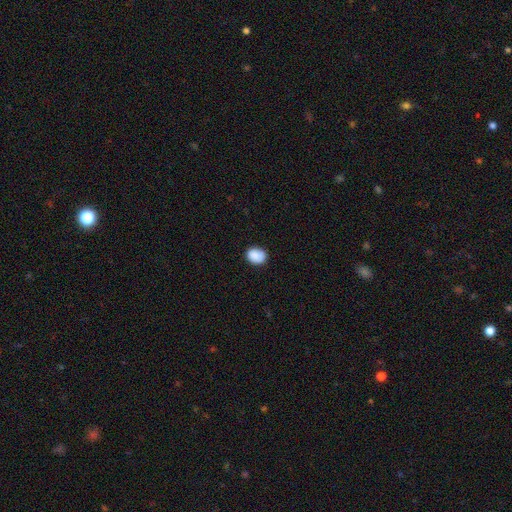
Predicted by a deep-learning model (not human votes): Morphology: type=smooth (89%); roundness=in between (51%); merging=none (83%).